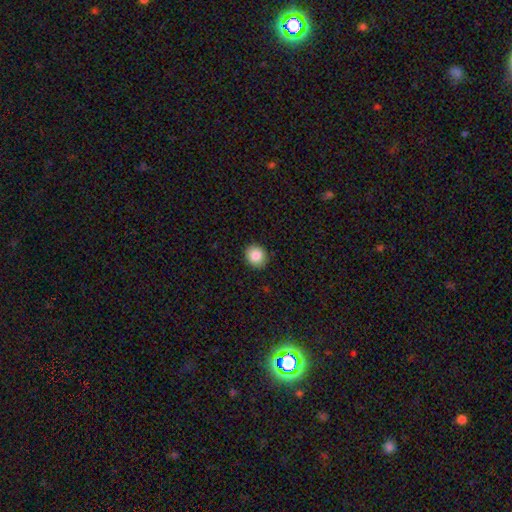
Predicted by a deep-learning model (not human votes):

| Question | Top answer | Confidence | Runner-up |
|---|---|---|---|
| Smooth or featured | smooth | 86% | star or artifact (9%) |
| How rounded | round | 77% | in between (22%) |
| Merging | none | 90% | minor disturbance (8%) |